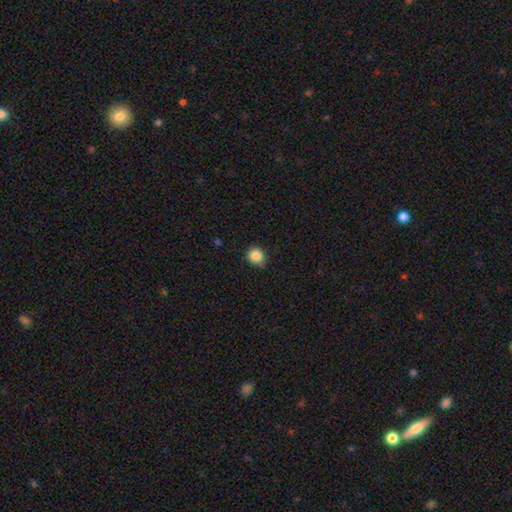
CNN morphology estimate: Smooth or featured?
  - smooth: 85% *
  - star or artifact: 10%
  - featured or disk: 4%
How rounded?
  - round: 82% *
  - in between: 17%
  - cigar-shaped: 1%
Merging?
  - none: 76% *
  - minor disturbance: 20%
  - major disturbance: 3%
  - merger: 1%